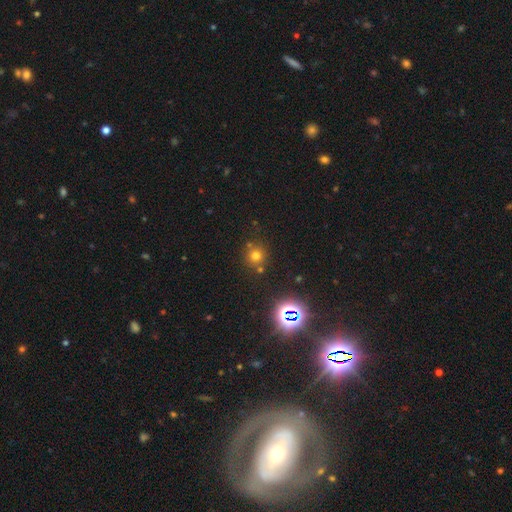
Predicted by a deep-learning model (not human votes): A smooth galaxy with no disk features (66%) that is round (93%).

Vote fractions:
- Smooth or featured? smooth: 66% / star or artifact: 26% / featured or disk: 8%
- How rounded? round: 93% / in between: 6% / cigar-shaped: 1%
- Merging? none: 76% / merger: 12% / minor disturbance: 9% / major disturbance: 3%